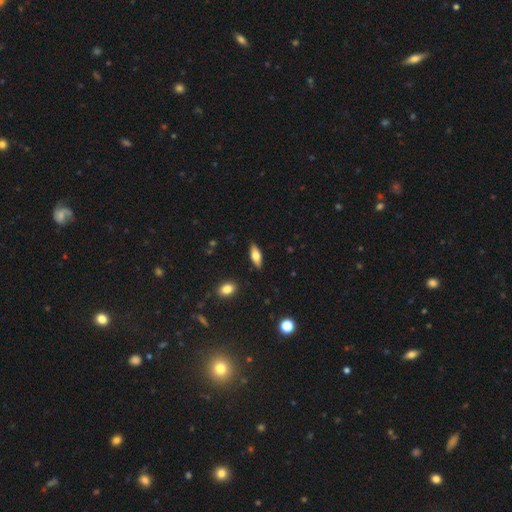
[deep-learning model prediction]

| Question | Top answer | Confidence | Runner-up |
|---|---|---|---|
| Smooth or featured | smooth | 65% | featured or disk (28%) |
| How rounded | in between | 70% | cigar-shaped (28%) |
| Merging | none | 87% | minor disturbance (10%) |